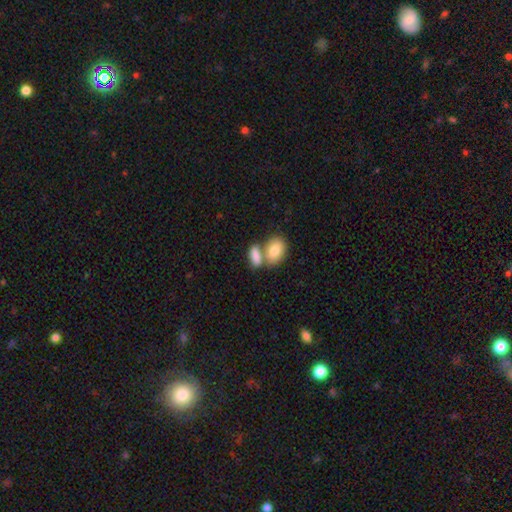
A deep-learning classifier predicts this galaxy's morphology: A smooth galaxy with no disk features (84%) that is in between round and cigar-shaped (89%). Merging: merger (55%).